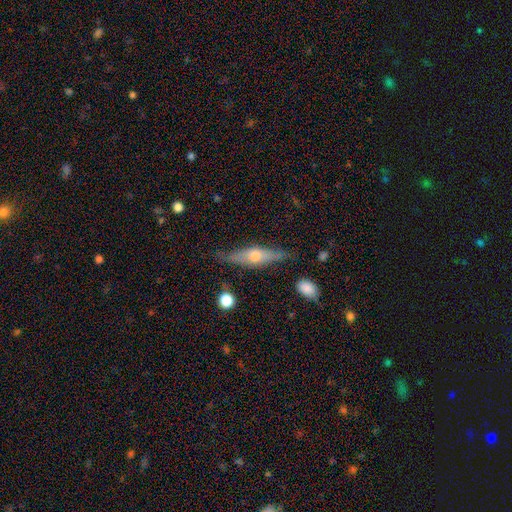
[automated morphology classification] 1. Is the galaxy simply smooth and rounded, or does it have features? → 65% featured or disk, 29% smooth, 6% star or artifact.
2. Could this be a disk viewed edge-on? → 92% yes, 8% no.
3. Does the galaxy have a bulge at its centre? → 92% rounded, 5% boxy, 3% none.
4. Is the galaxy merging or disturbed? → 80% none, 14% minor disturbance, 3% major disturbance, 2% merger.